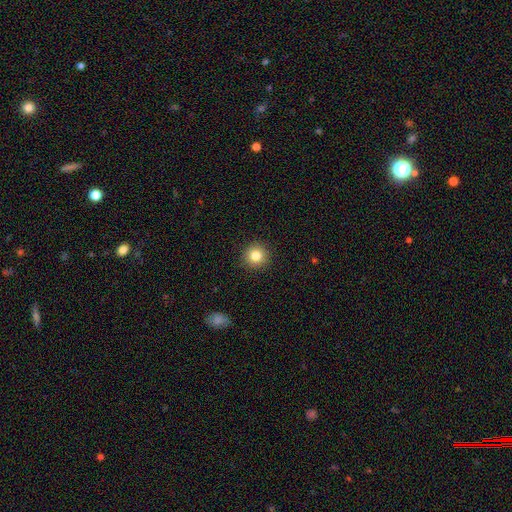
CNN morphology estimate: smooth_or_featured: smooth (p=0.82) [alt: star or artifact p=0.11]
how_rounded: round (p=0.94) [alt: in between p=0.05]
merging: none (p=0.92) [alt: minor disturbance p=0.05]